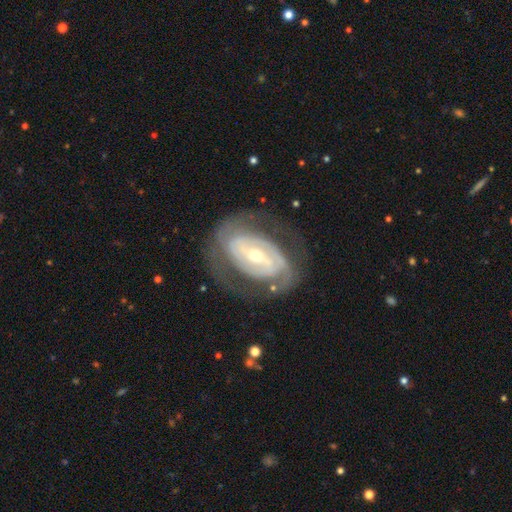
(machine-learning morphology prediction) Smooth or featured? Predicted: featured or disk (p=0.86). Edge-on disk? Predicted: no (p=0.95). Bar? Predicted: strong (p=0.39). Spiral arms? Predicted: yes (p=0.88). Spiral winding? Predicted: tight (p=0.58). Spiral arm count? Predicted: 2 (p=0.60). Bulge size? Predicted: small (p=0.51). Merging? Predicted: none (p=0.68).